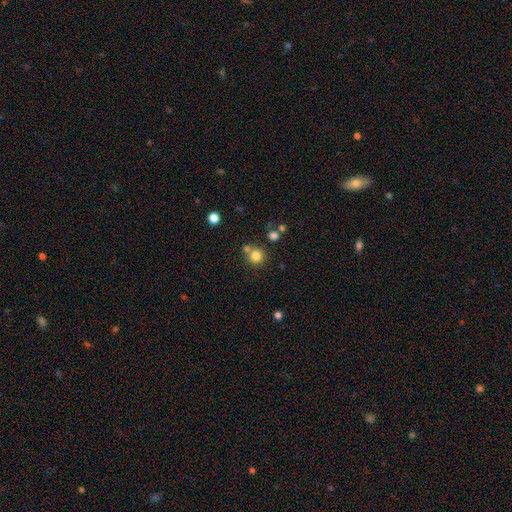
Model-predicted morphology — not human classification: Smooth or featured?
  - smooth: 79% *
  - star or artifact: 13%
  - featured or disk: 7%
How rounded?
  - round: 93% *
  - in between: 6%
  - cigar-shaped: 1%
Merging?
  - none: 69% *
  - merger: 20%
  - minor disturbance: 8%
  - major disturbance: 3%